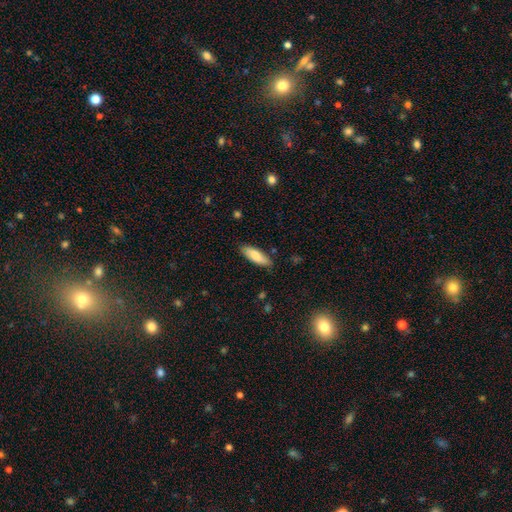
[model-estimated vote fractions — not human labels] Smooth or featured? smooth (80%)
How rounded? in between (60%)
Merging? none (82%)